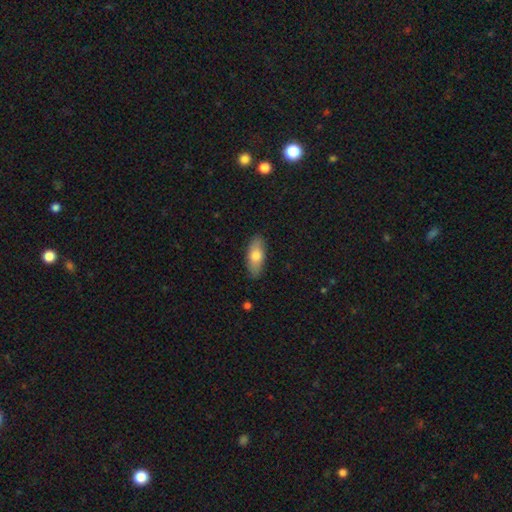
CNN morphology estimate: Smooth or featured? Predicted: smooth (p=0.73). How rounded? Predicted: in between (p=0.79). Merging? Predicted: none (p=0.85).